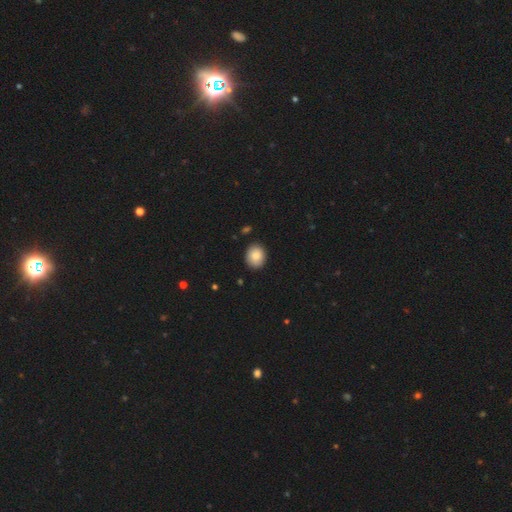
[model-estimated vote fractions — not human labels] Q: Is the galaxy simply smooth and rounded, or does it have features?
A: smooth — 87%.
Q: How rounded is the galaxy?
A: round — 63%.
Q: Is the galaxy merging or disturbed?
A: none — 88%.